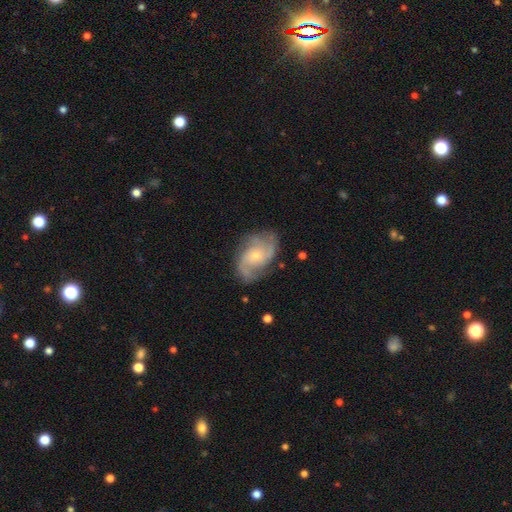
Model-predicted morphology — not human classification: The model was most divided on "spiral winding": medium: 50%, tight: 29%, loose: 20%. More confident: edge-on disk — no (97%); spiral arms — yes (96%); smooth or featured — featured or disk (86%); merging — none (74%); bar — no (68%); bulge size — small (67%); spiral arm count — 2 (57%).